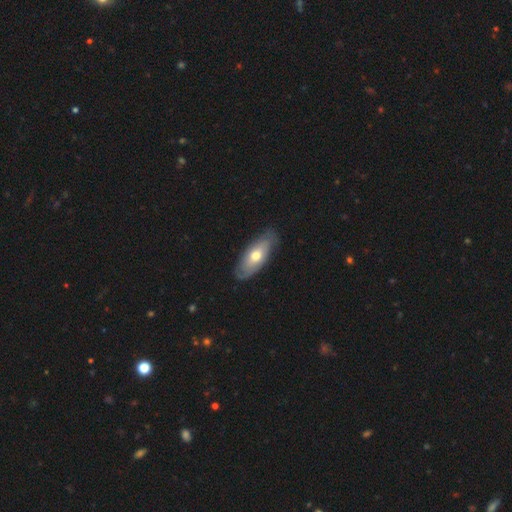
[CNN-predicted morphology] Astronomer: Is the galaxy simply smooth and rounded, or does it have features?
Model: smooth — 54% (runner-up: featured or disk, 41%).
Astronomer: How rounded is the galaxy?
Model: in between — 82%.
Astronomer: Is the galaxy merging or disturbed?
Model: none — 77%.